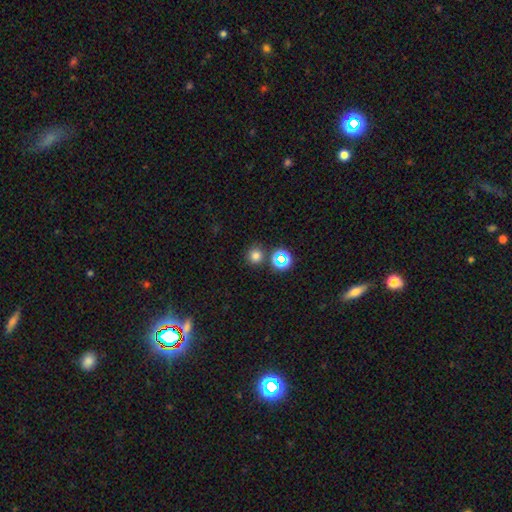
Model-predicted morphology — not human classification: A smooth galaxy with no disk features (73%) that is round (92%). Merging: none (81%).